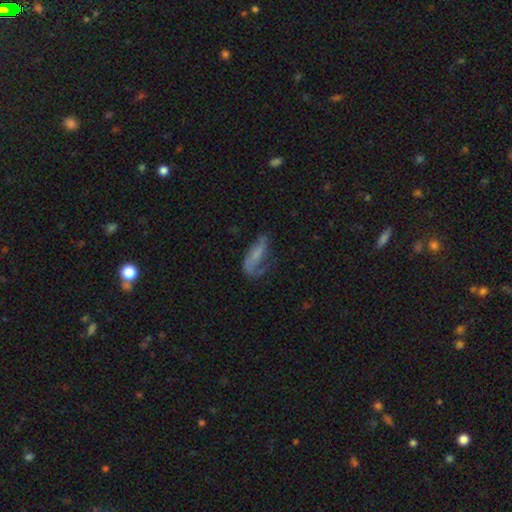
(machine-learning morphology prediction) Q: Smooth or featured?
A: featured or disk (51%); runner-up: smooth (40%)
Q: Edge-on disk?
A: no (88%); runner-up: yes (12%)
Q: Merging?
A: major disturbance (38%); runner-up: none (34%)